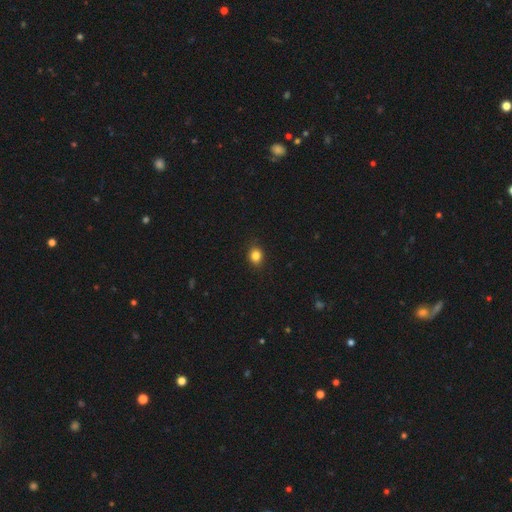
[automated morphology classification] Smooth or featured? smooth (84%)
How rounded? round (61%)
Merging? none (89%)